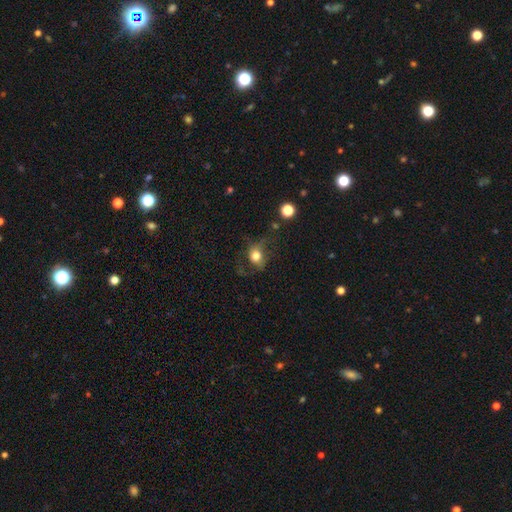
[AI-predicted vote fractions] Smooth or featured?
  - smooth: 69% *
  - featured or disk: 20%
  - star or artifact: 11%
How rounded?
  - round: 53% *
  - in between: 45%
  - cigar-shaped: 2%
Merging?
  - none: 48% *
  - major disturbance: 26%
  - minor disturbance: 23%
  - merger: 3%